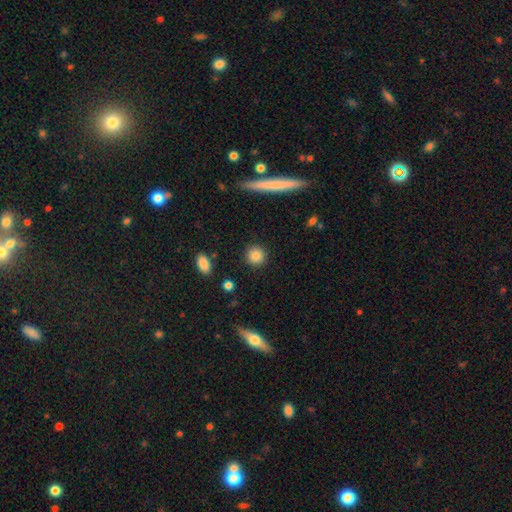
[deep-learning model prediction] Morphology: type=smooth (85%); roundness=round (91%); merging=none (91%).